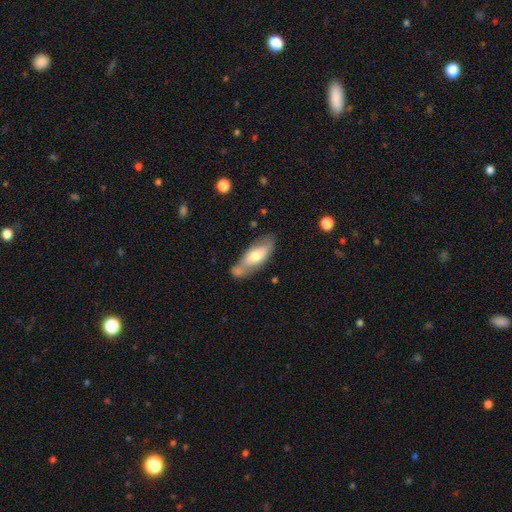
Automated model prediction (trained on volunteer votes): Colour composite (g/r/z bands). It shows a smooth galaxy with no disk features (60%) that is in between round and cigar-shaped (73%). Merging: none (57%).